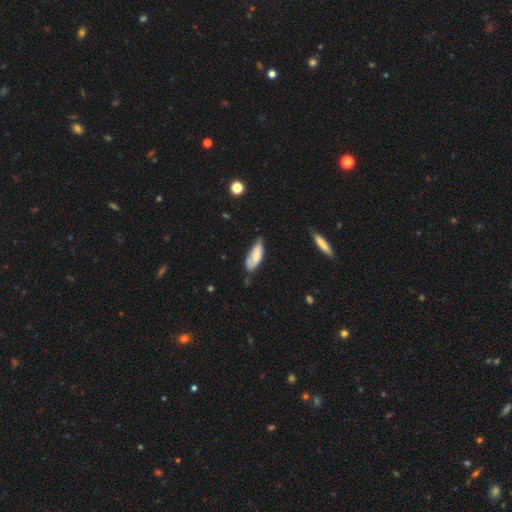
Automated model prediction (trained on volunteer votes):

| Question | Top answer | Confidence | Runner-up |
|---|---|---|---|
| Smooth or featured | smooth | 73% | featured or disk (21%) |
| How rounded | in between | 72% | cigar-shaped (26%) |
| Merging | none | 49% | minor disturbance (39%) |